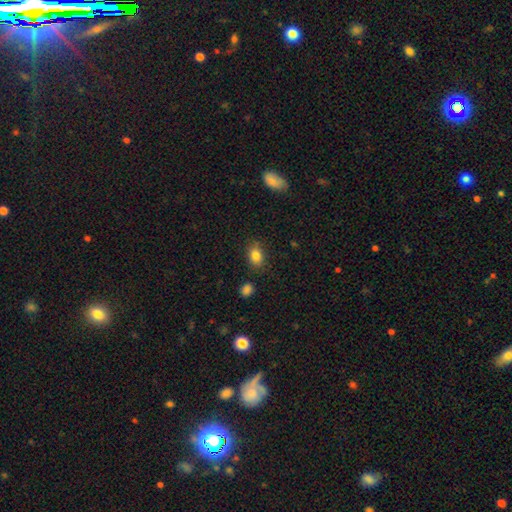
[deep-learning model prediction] Overall: smooth (83%). How rounded: in between (72%). Merging: none (81%).